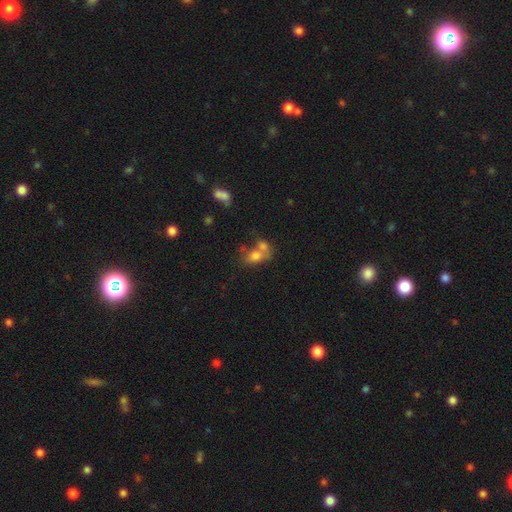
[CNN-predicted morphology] smooth 71%, featured or disk 17%, star or artifact 12%. Down the decision tree: how rounded — in between (63%); merging — merger (58%).